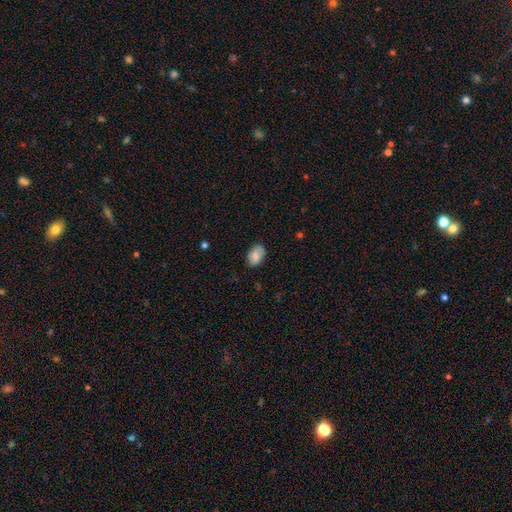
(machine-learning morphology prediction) The model was most divided on "merging": none: 77%, minor disturbance: 18%, major disturbance: 3%, merger: 1%. More confident: how rounded — in between (88%); smooth or featured — smooth (77%).